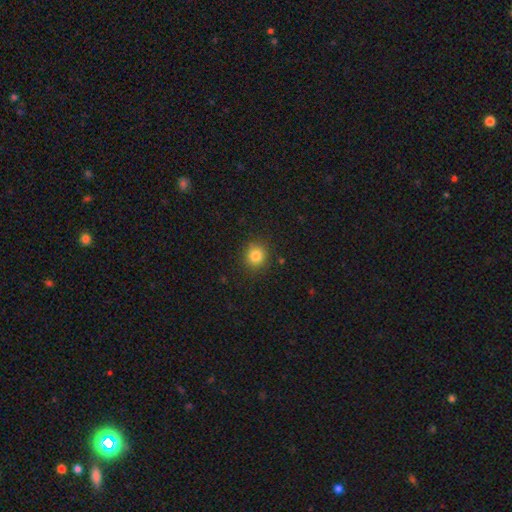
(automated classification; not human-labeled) A smooth galaxy with no disk features (83%) that is round (88%).

Vote fractions:
- Smooth or featured? smooth: 83% / star or artifact: 11% / featured or disk: 5%
- How rounded? round: 88% / in between: 11% / cigar-shaped: 1%
- Merging? none: 89% / minor disturbance: 8% / major disturbance: 2% / merger: 1%